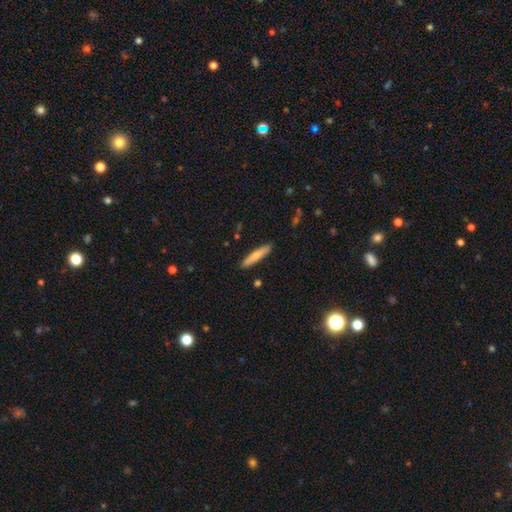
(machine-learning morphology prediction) type=smooth (72%); roundness=cigar-shaped (88%); merging=none (89%).